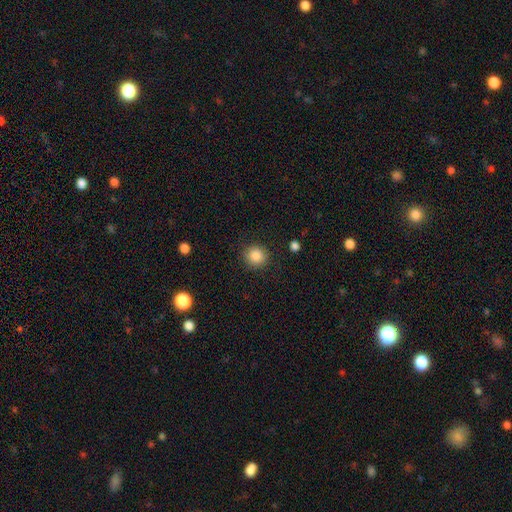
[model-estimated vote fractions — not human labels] A smooth galaxy with no disk features (87%) that is round (90%). Merging: none (89%).